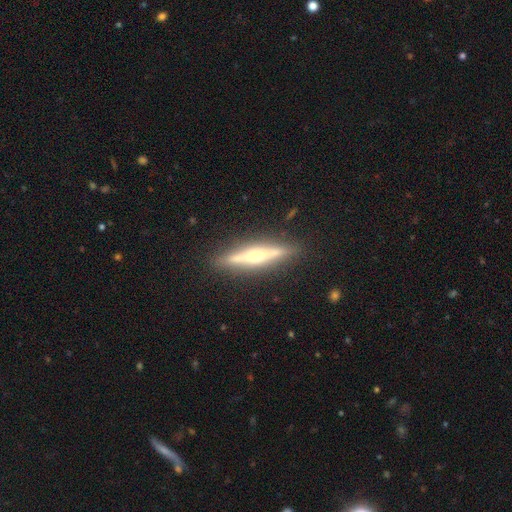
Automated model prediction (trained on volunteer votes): Smooth or featured: featured or disk — 72% (smooth — 22%)
Edge-on disk: yes — 97% (no — 3%)
Edge-on bulge: rounded — 83% (boxy — 11%)
Merging: none — 89% (minor disturbance — 8%)